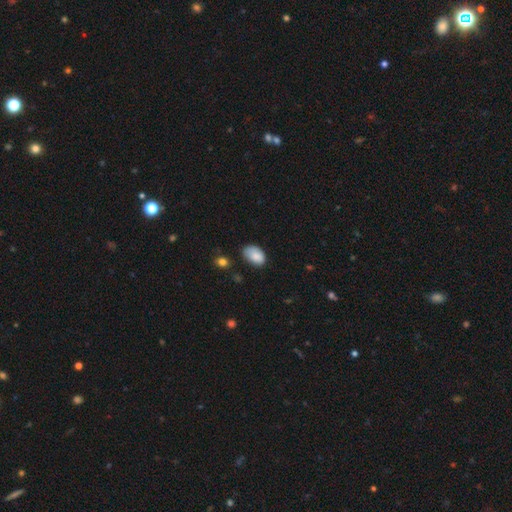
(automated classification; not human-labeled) smooth 85%, featured or disk 8%, star or artifact 8%. Down the decision tree: how rounded — in between (89%); merging — none (57%).